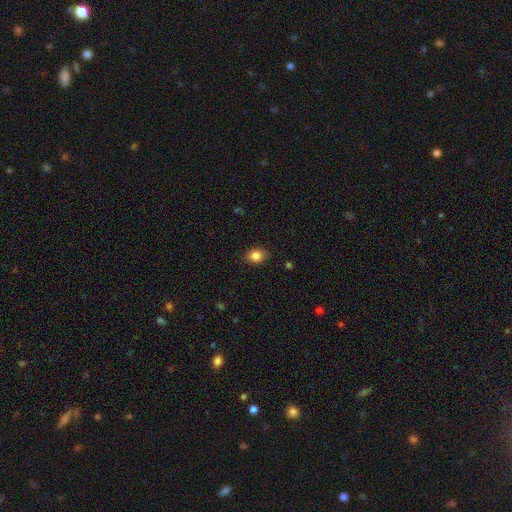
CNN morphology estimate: Smooth or featured? Predicted: smooth (p=0.85). How rounded? Predicted: in between (p=0.50). Merging? Predicted: none (p=0.87).